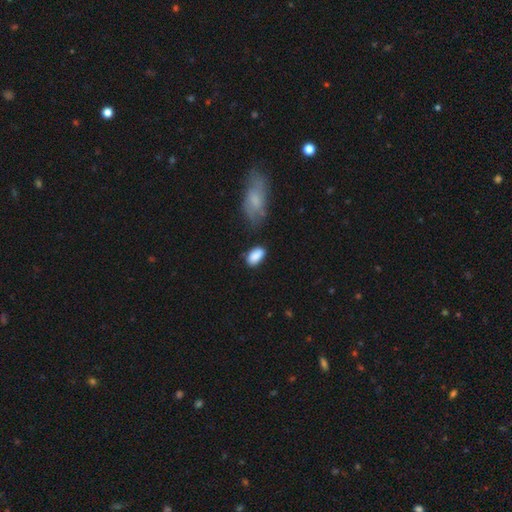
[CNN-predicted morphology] Smooth or featured?
  - smooth: 87% *
  - star or artifact: 7%
  - featured or disk: 5%
How rounded?
  - in between: 93% *
  - round: 5%
  - cigar-shaped: 2%
Merging?
  - none: 66% *
  - minor disturbance: 23%
  - merger: 5%
  - major disturbance: 5%